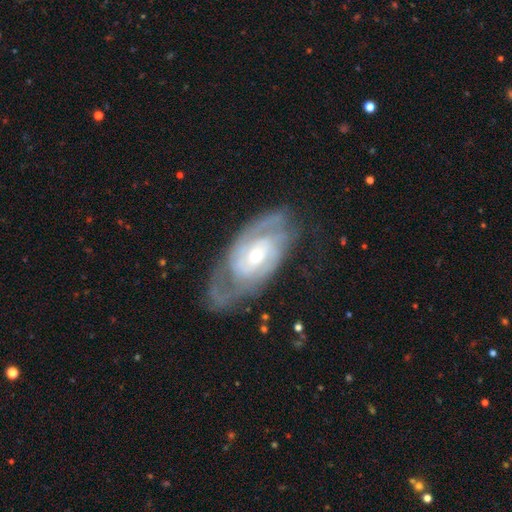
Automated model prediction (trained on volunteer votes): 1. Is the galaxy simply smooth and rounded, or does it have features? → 84% featured or disk, 10% smooth, 5% star or artifact.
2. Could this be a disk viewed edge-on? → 94% no, 6% yes.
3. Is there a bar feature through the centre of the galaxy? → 57% no, 32% weak, 11% strong.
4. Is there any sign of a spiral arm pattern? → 92% yes, 8% no.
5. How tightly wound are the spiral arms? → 55% tight, 34% medium, 10% loose.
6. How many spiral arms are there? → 53% 2, 27% can't tell, 10% 3, 4% 1, 4% 4, 3% more than 4.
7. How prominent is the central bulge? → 55% small, 41% moderate, 2% large, 1% none, 1% dominant.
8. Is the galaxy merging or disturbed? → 65% none, 20% minor disturbance, 13% major disturbance, 2% merger.